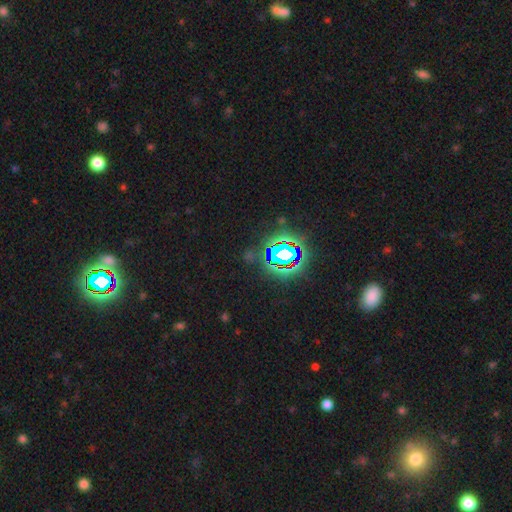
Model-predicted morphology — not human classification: A star or artifact, not a galaxy (76%).